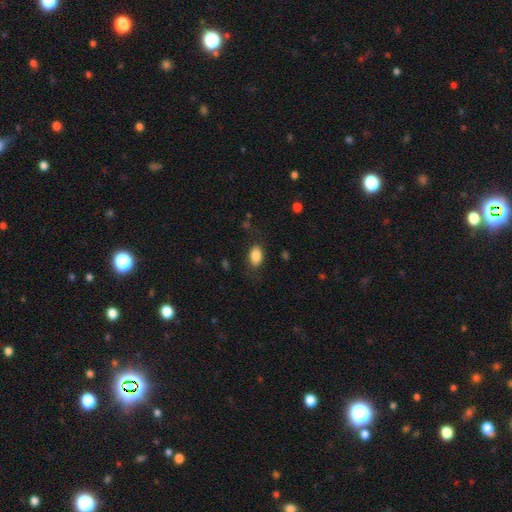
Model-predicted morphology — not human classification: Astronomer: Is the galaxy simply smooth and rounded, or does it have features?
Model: smooth — 85%.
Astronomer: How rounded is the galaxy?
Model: in between — 89%.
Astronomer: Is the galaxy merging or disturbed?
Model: none — 78%.